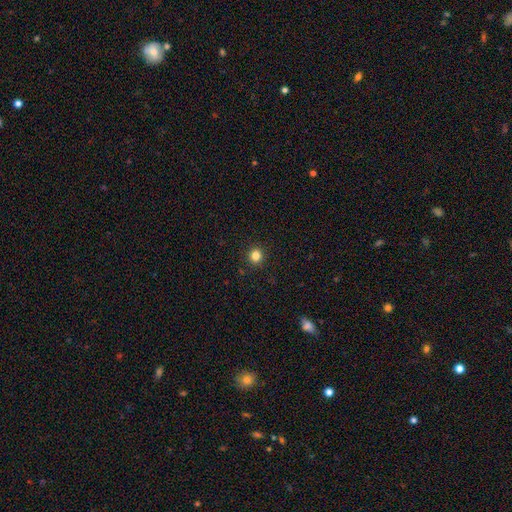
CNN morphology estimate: type=smooth (83%); roundness=round (93%); merging=none (92%).